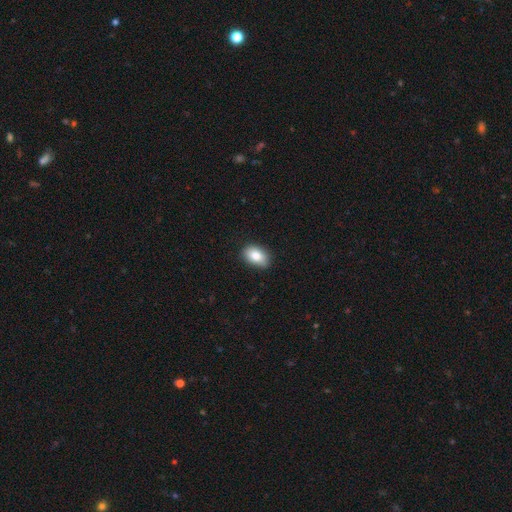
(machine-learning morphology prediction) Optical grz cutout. It shows a smooth galaxy with no disk features (83%) that is in between round and cigar-shaped (87%). Merging: none (84%).